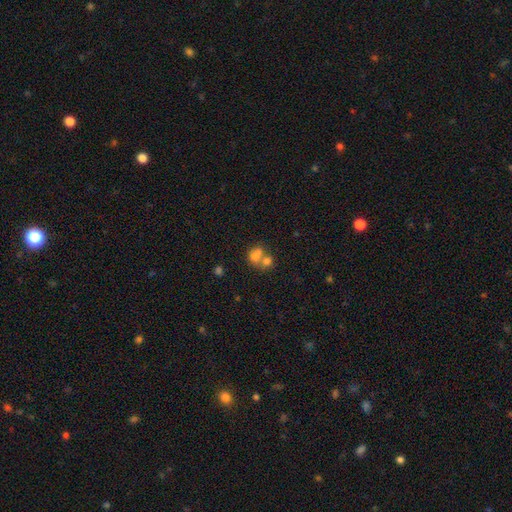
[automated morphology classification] A smooth galaxy with no disk features (70%) that is round (50%). Merging: merger (65%).